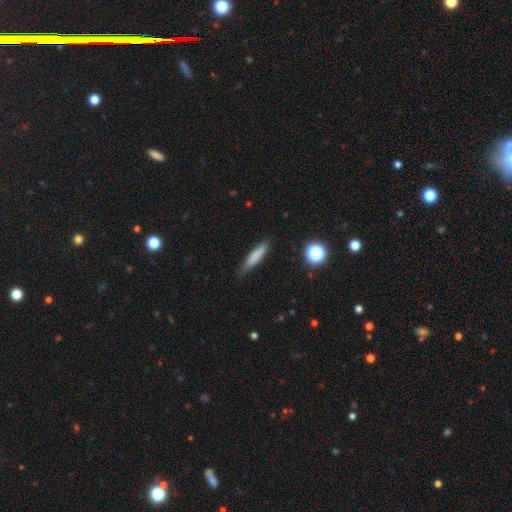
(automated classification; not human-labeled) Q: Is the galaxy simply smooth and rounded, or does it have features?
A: smooth — 77%.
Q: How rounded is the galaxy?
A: cigar-shaped — 83%.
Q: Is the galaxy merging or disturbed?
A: none — 77%.